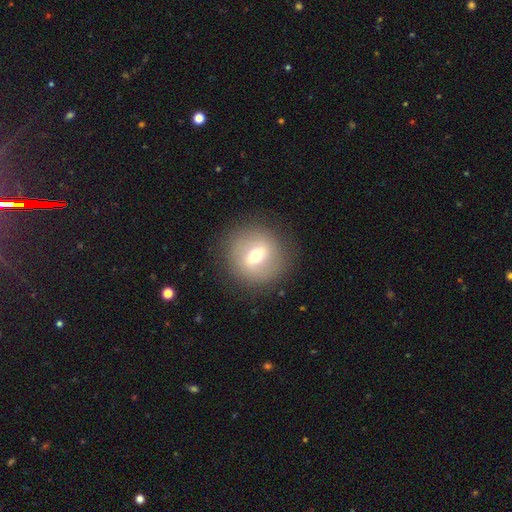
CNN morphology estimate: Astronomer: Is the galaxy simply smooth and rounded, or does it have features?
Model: smooth — 49% (runner-up: featured or disk, 41%).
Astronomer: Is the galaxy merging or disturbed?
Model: none — 86%.